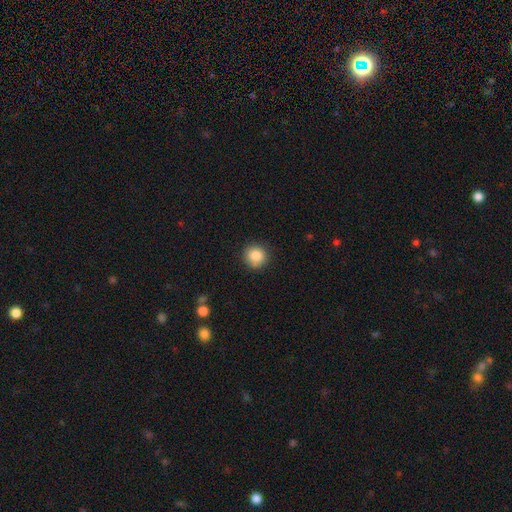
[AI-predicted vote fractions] Smooth or featured? smooth (86%)
How rounded? round (91%)
Merging? none (87%)